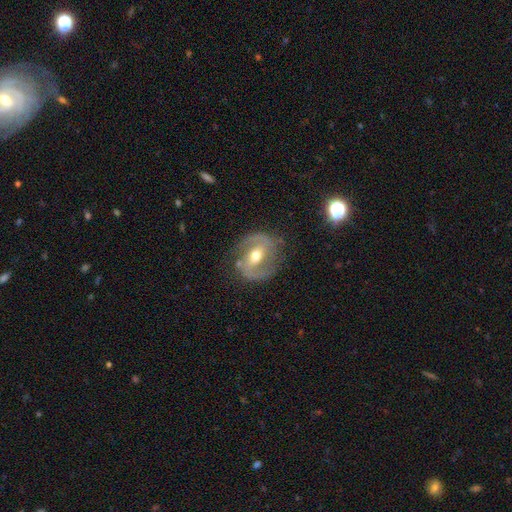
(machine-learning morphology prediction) This is clearly a featured or disk galaxy (83%). It is clearly not viewed edge-on (97%). Bar: marginally weak (43%). Spiral arm pattern: clearly yes (89%). Spiral arm count: clearly 2 (89%). Spiral winding: possibly medium (53%). Central bulge: likely moderate (76%). Merging: likely none (77%).